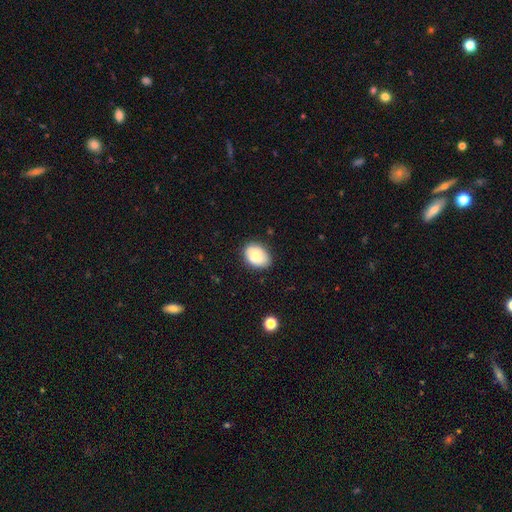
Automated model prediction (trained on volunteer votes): A smooth galaxy with no disk features (84%) that is in between round and cigar-shaped (81%). Merging: none (79%).